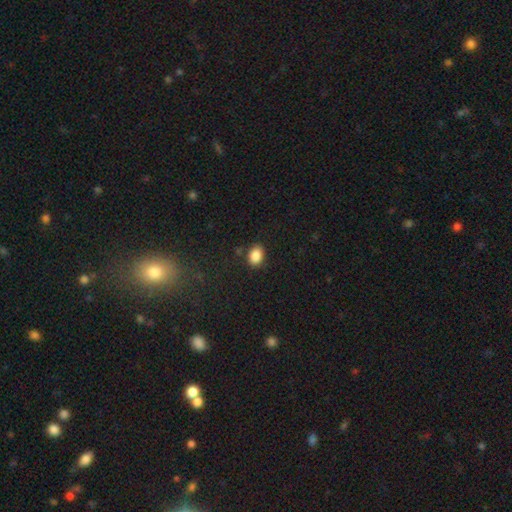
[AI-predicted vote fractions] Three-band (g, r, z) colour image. It shows a smooth galaxy with no disk features (87%) that is in between round and cigar-shaped (75%). Merging: none (84%).